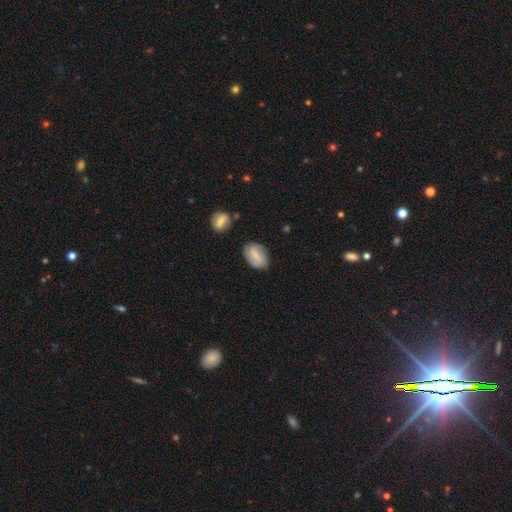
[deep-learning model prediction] A smooth galaxy with no disk features (55%) that is in between round and cigar-shaped (82%).

Vote fractions:
- Smooth or featured? smooth: 55% / featured or disk: 38% / star or artifact: 7%
- How rounded? in between: 82% / round: 16% / cigar-shaped: 2%
- Merging? none: 73% / minor disturbance: 20% / major disturbance: 4% / merger: 3%